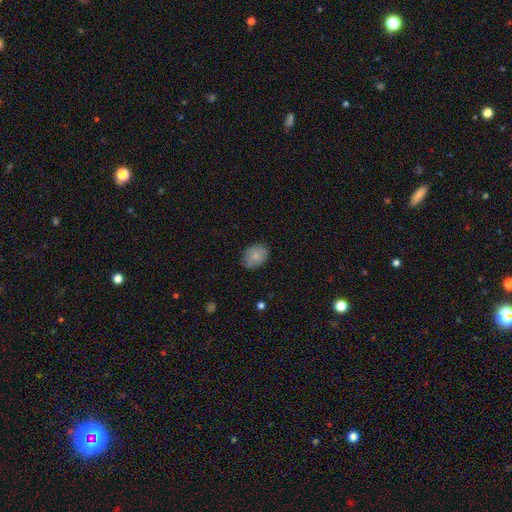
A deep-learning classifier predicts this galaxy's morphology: This appears to be a smooth galaxy with no disk features (84%) that is in between round and cigar-shaped (77%). Merging: none (82%).